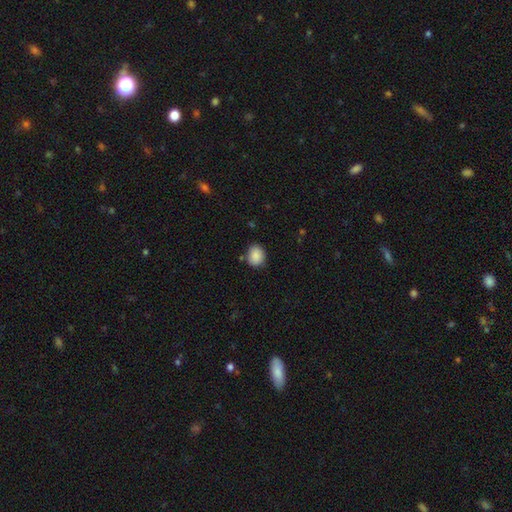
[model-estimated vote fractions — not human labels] smooth_or_featured: smooth (p=0.88) [alt: star or artifact p=0.08]
how_rounded: round (p=0.58) [alt: in between p=0.41]
merging: none (p=0.78) [alt: minor disturbance p=0.15]